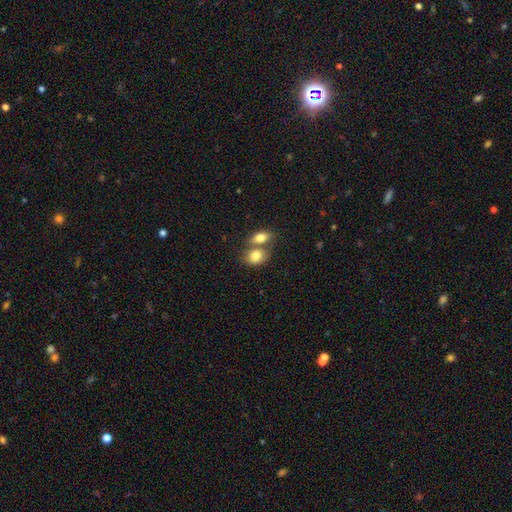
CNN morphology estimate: The model was most divided on "merging": merger: 55%, none: 33%, minor disturbance: 9%, major disturbance: 3%. More confident: smooth or featured — smooth (80%); how rounded — in between (65%).